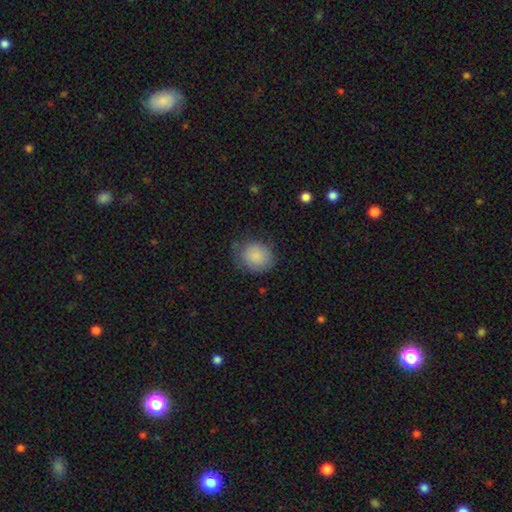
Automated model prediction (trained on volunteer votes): smooth-or-featured: smooth: 84% | featured or disk: 8% | star or artifact: 7%
  how-rounded: round: 70% | in between: 29% | cigar-shaped: 1%
  merging: none: 66% | minor disturbance: 25% | major disturbance: 8% | merger: 1%